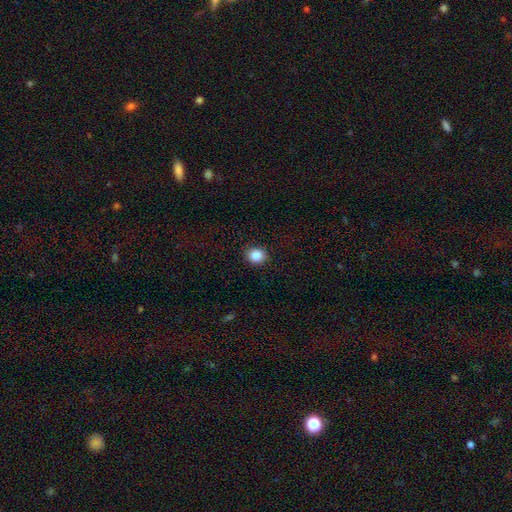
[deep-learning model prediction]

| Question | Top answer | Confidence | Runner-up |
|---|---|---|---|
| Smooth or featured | smooth | 86% | star or artifact (10%) |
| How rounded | round | 76% | in between (23%) |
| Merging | none | 90% | minor disturbance (8%) |